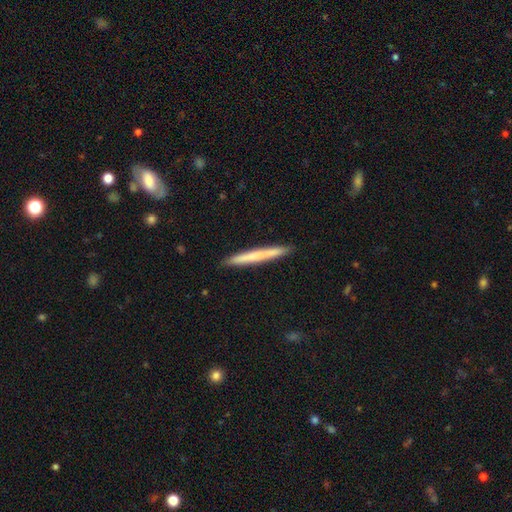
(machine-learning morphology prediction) Q: Smooth or featured?
A: smooth (63%); runner-up: featured or disk (32%)
Q: How rounded?
A: cigar-shaped (97%); runner-up: in between (2%)
Q: Merging?
A: none (92%); runner-up: minor disturbance (6%)